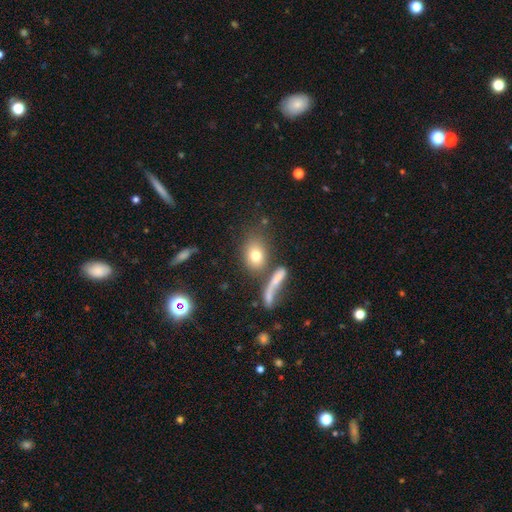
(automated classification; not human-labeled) This appears to be a smooth galaxy with no disk features (74%) that is in between round and cigar-shaped (63%). Merging: none (62%).